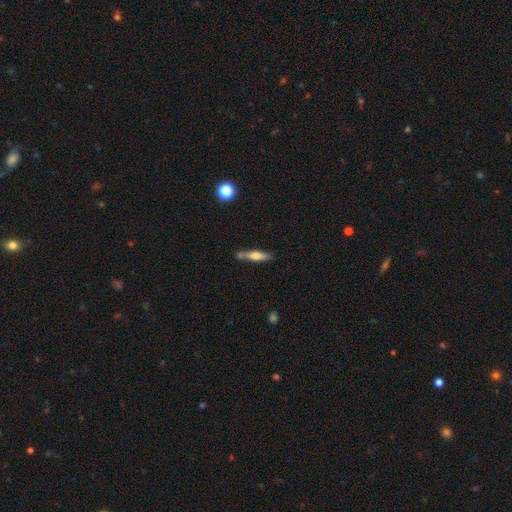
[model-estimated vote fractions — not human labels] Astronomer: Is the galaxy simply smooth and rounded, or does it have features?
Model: smooth — 50% (runner-up: featured or disk, 44%).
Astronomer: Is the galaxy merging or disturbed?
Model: none — 71%.